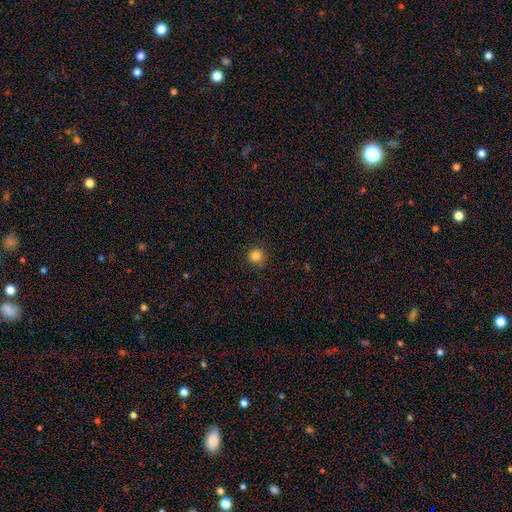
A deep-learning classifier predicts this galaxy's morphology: Smooth or featured: smooth — 84% (star or artifact — 12%)
How rounded: round — 94% (in between — 5%)
Merging: none — 88% (minor disturbance — 8%)